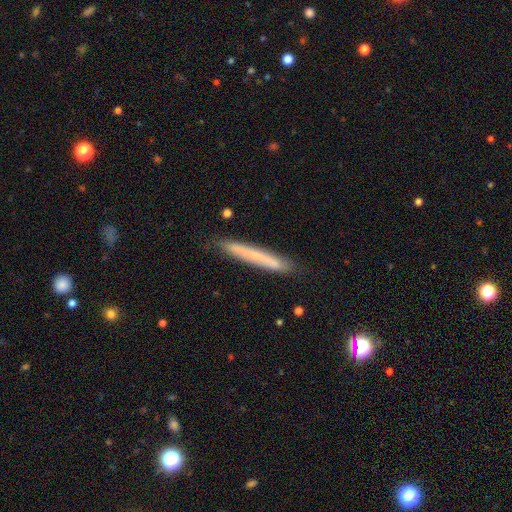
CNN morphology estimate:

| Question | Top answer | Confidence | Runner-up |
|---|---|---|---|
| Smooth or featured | smooth | 59% | featured or disk (34%) |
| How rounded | cigar-shaped | 96% | in between (3%) |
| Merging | none | 85% | minor disturbance (11%) |